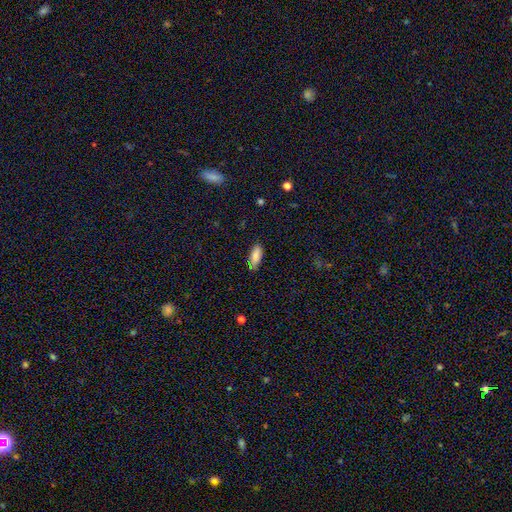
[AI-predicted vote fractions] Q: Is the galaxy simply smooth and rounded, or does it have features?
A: smooth — 83%.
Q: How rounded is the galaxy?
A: in between — 84%.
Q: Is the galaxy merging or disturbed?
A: none — 79%.